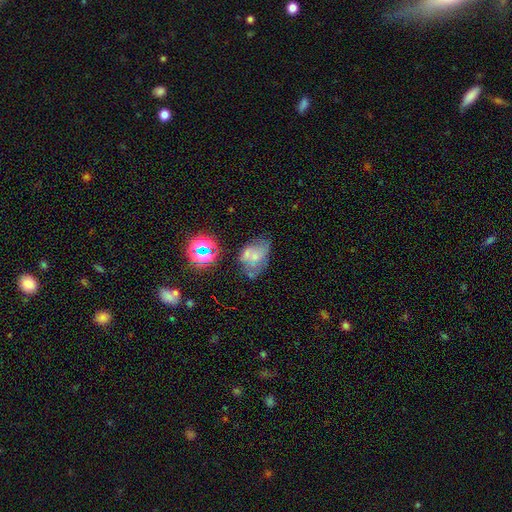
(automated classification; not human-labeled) Overall: featured or disk (38%; smooth 37%). Merging: none (40%; minor disturbance 24%).